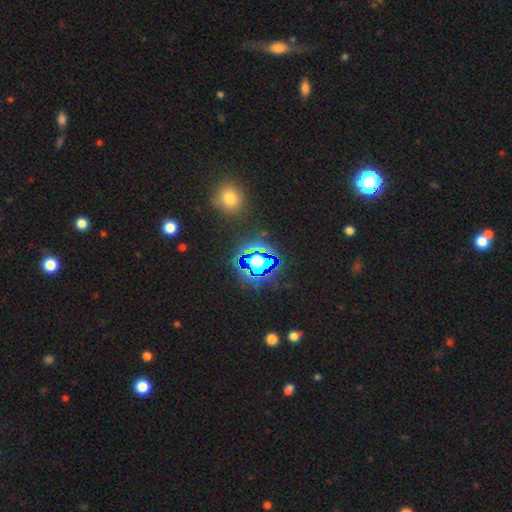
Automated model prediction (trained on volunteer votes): Overall: star or artifact (71%).